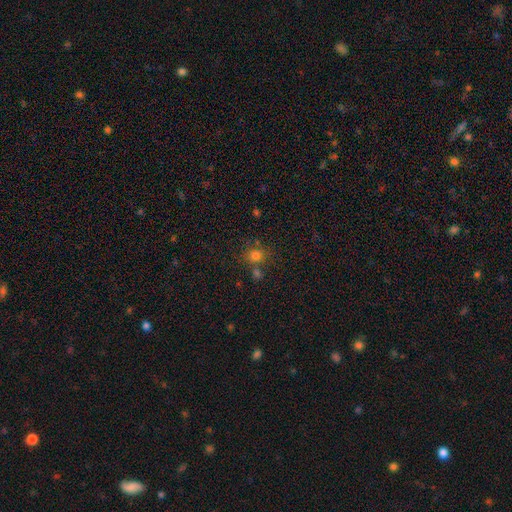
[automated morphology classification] type=smooth (76%); roundness=round (82%); merging=none (68%).